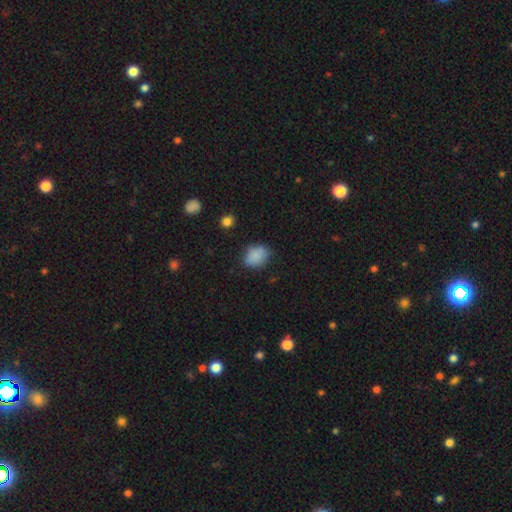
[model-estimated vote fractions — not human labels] Overall: smooth (85%). How rounded: in between (68%; round 30%). Merging: none (74%).